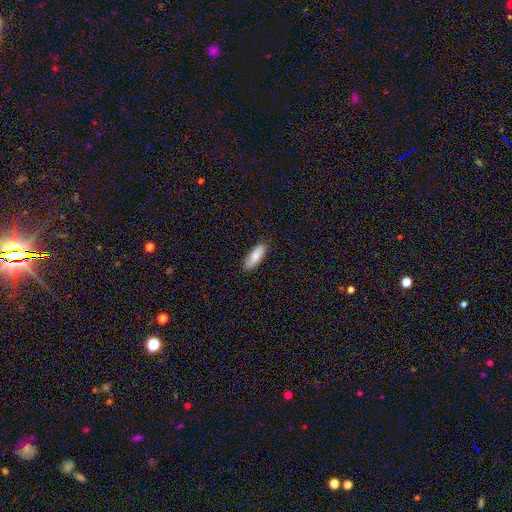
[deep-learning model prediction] Smooth or featured? smooth (82%)
How rounded? in between (72%)
Merging? none (83%)